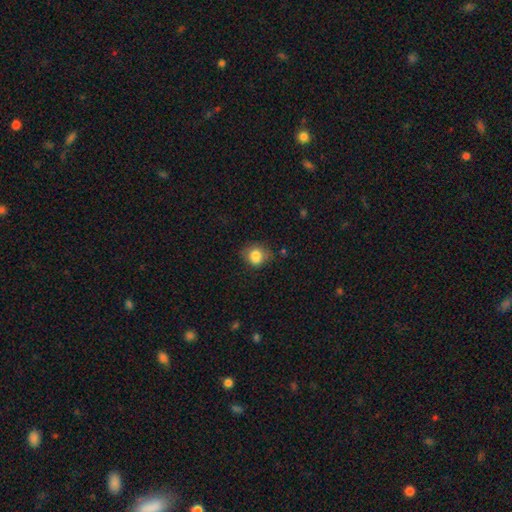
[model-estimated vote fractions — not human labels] smooth-or-featured: smooth: 81% | star or artifact: 10% | featured or disk: 9%
  how-rounded: round: 58% | in between: 41% | cigar-shaped: 1%
  merging: none: 56% | minor disturbance: 30% | major disturbance: 10% | merger: 4%